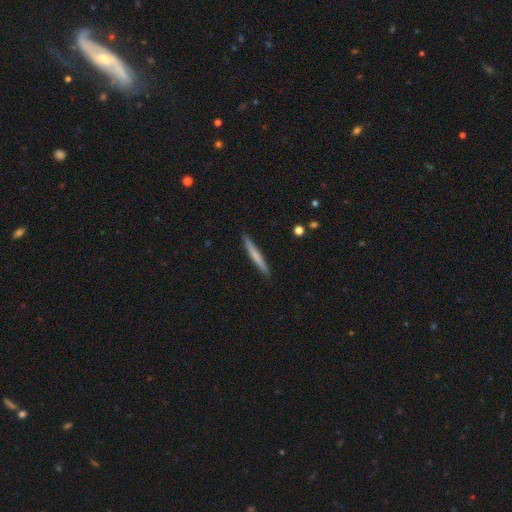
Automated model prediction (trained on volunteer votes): smooth 66%, featured or disk 29%, star or artifact 5%. Down the decision tree: how rounded — cigar-shaped (96%); merging — none (91%).